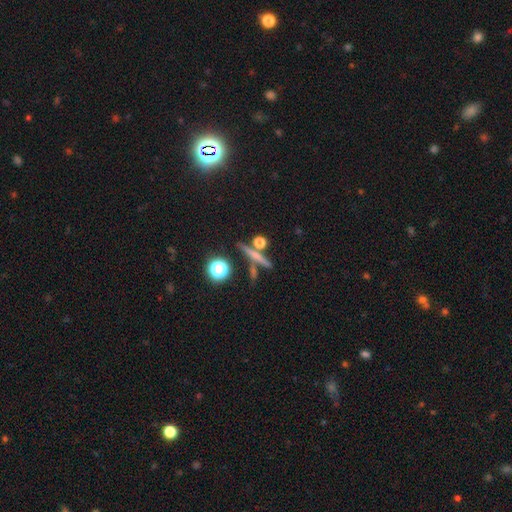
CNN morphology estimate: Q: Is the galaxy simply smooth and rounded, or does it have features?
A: smooth — 45%.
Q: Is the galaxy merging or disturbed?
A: none — 74%.